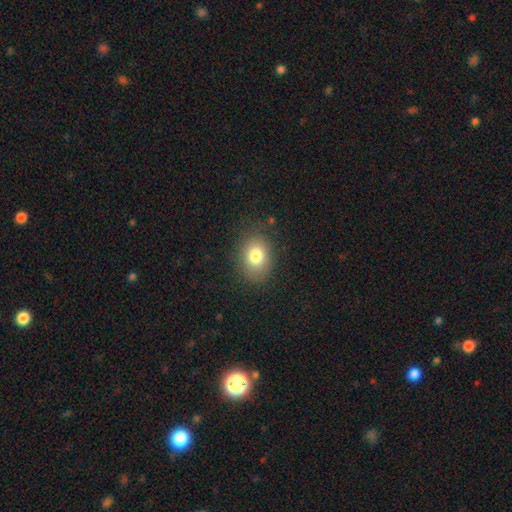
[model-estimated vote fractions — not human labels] Smooth or featured? Predicted: smooth (p=0.79). How rounded? Predicted: in between (p=0.57). Merging? Predicted: none (p=0.82).